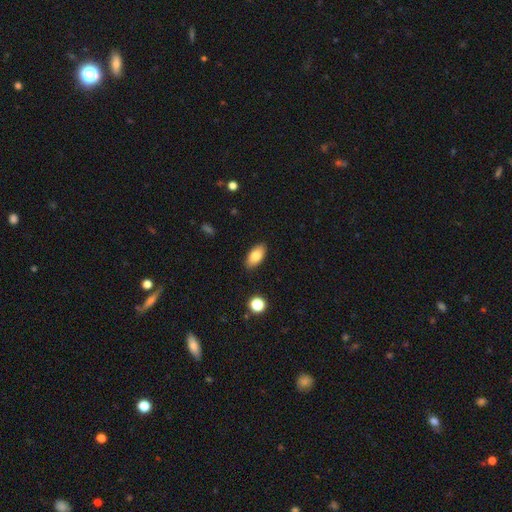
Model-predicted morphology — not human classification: This appears to be a smooth galaxy with no disk features (79%) that is in between round and cigar-shaped (92%). Merging: none (88%).